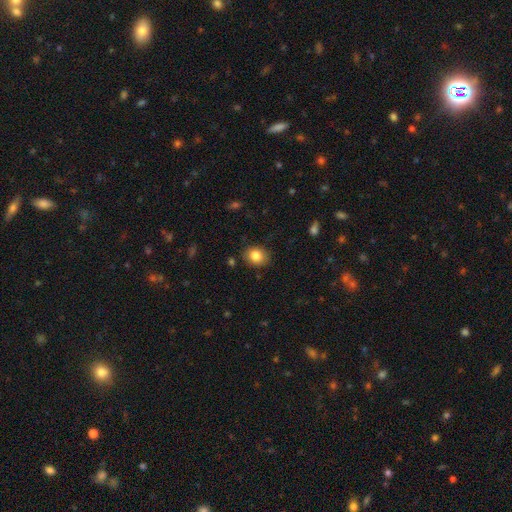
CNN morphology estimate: A smooth galaxy with no disk features (83%) that is round (56%). Merging: none (86%).